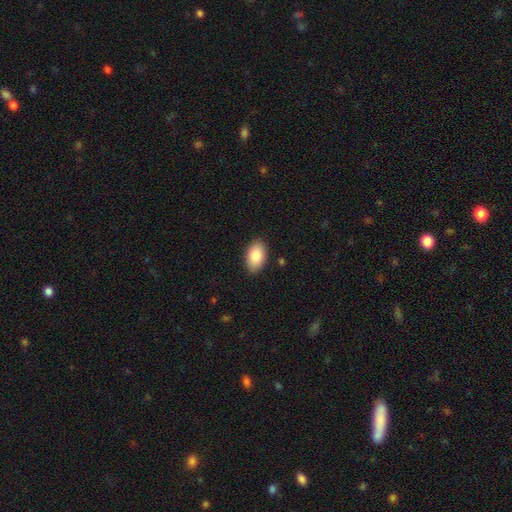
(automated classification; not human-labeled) smooth_or_featured: smooth (p=0.86) [alt: featured or disk p=0.08]
how_rounded: in between (p=0.93) [alt: round p=0.06]
merging: none (p=0.87) [alt: minor disturbance p=0.09]